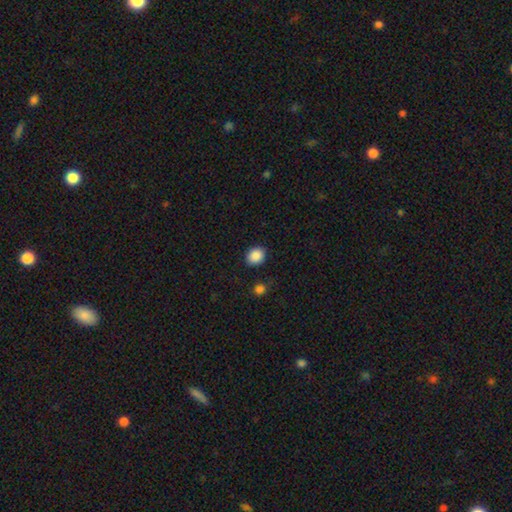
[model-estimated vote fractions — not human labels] Smooth or featured?
  - smooth: 88% *
  - star or artifact: 9%
  - featured or disk: 3%
How rounded?
  - round: 60% *
  - in between: 39%
  - cigar-shaped: 1%
Merging?
  - none: 85% *
  - minor disturbance: 9%
  - major disturbance: 3%
  - merger: 2%